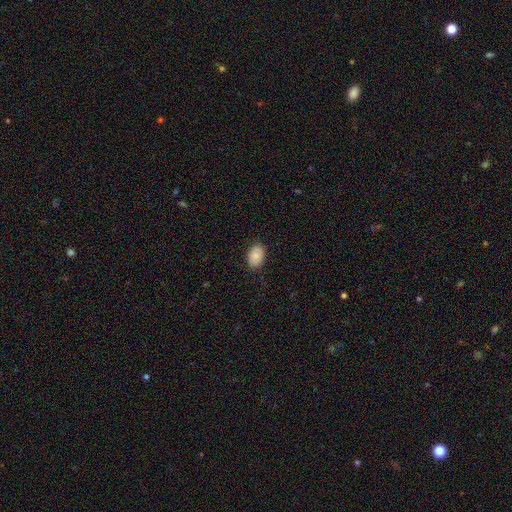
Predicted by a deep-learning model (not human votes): Smooth or featured? Predicted: smooth (p=0.86). How rounded? Predicted: in between (p=0.87). Merging? Predicted: none (p=0.88).